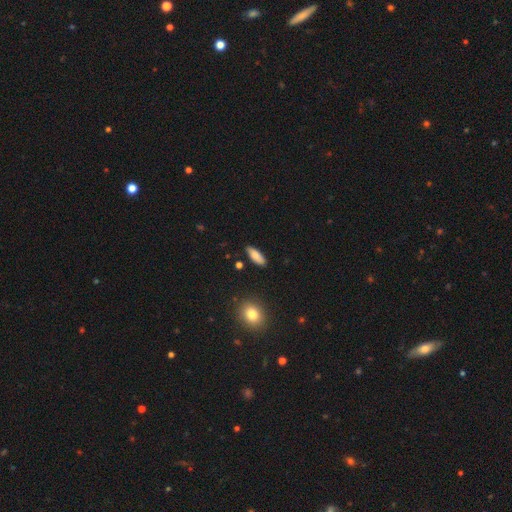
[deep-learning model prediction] Smooth or featured: smooth — 84% (featured or disk — 10%)
How rounded: in between — 65% (cigar-shaped — 32%)
Merging: none — 86% (minor disturbance — 10%)